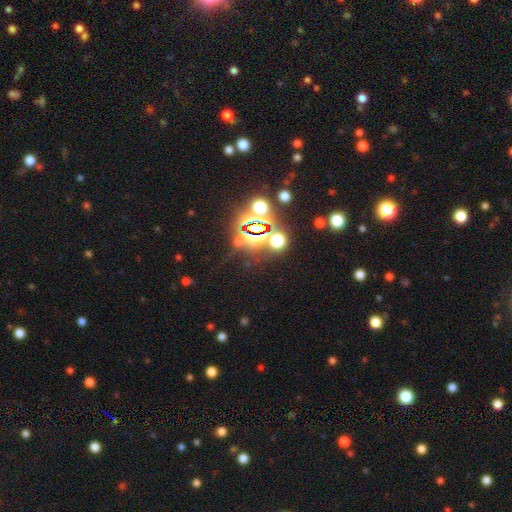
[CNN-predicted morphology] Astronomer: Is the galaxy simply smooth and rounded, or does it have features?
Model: star or artifact — 77%.